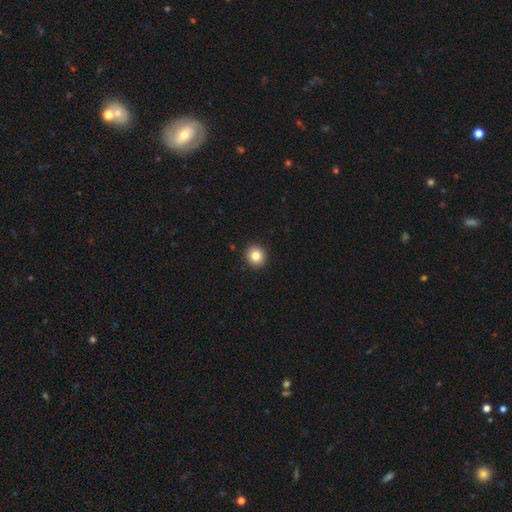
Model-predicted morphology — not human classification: The model was most divided on "smooth or featured": smooth: 83%, star or artifact: 11%, featured or disk: 7%. More confident: how rounded — round (93%); merging — none (93%).